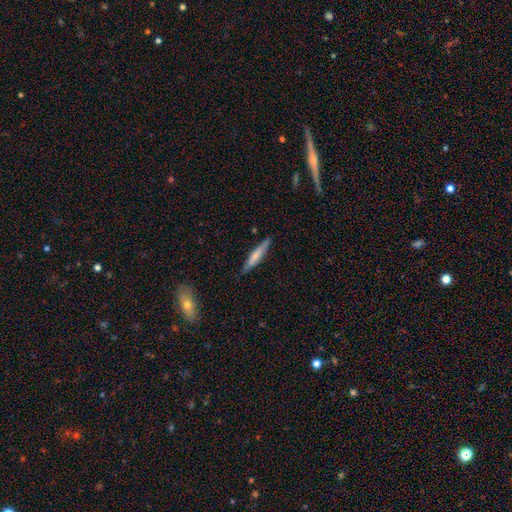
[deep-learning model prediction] A smooth galaxy with no disk features (58%) that is cigar-shaped (91%).

Vote fractions:
- Smooth or featured? smooth: 58% / featured or disk: 36% / star or artifact: 6%
- How rounded? cigar-shaped: 91% / in between: 8% / round: 1%
- Merging? none: 86% / minor disturbance: 11% / major disturbance: 2% / merger: 1%